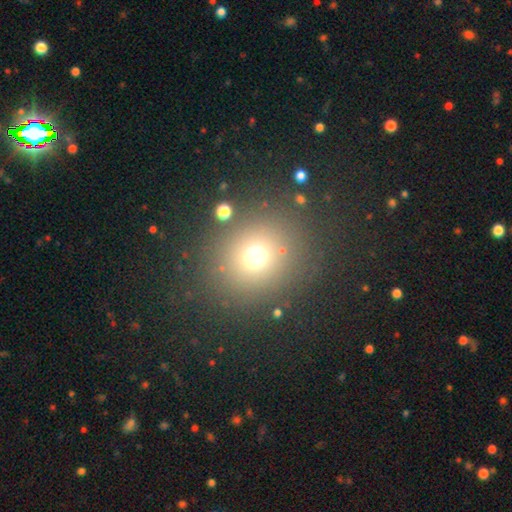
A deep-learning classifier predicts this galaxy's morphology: Smooth or featured?
  - smooth: 69% *
  - star or artifact: 22%
  - featured or disk: 9%
How rounded?
  - round: 84% *
  - in between: 15%
  - cigar-shaped: 1%
Merging?
  - none: 83% *
  - minor disturbance: 8%
  - major disturbance: 5%
  - merger: 4%